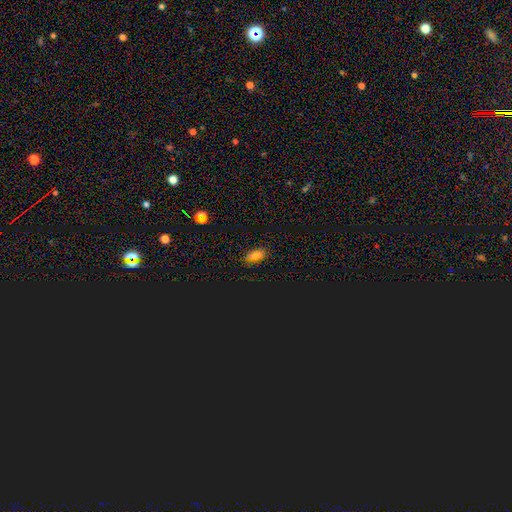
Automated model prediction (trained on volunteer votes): This is likely a smooth galaxy (65%). How rounded: clearly in between (82%). Merging: clearly none (84%).